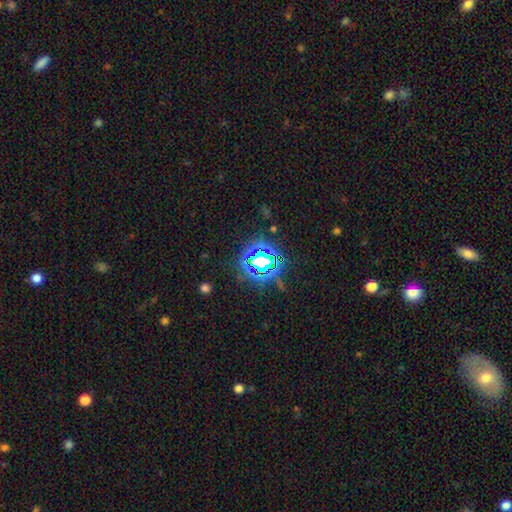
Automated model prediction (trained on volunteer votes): Morphology: type=star or artifact (76%).